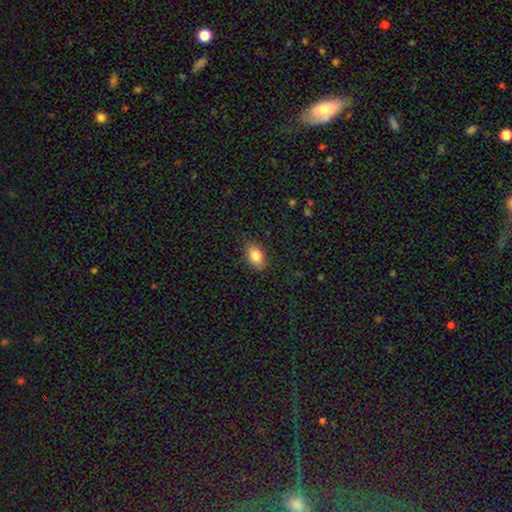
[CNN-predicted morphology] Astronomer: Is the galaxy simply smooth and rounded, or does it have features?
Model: smooth — 83%.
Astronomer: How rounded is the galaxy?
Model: in between — 87%.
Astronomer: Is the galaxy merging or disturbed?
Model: none — 83%.